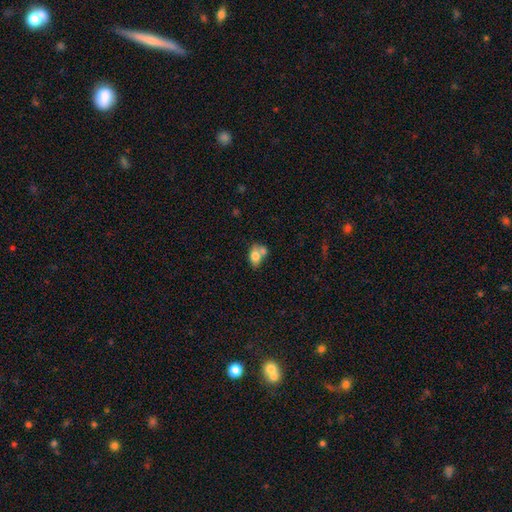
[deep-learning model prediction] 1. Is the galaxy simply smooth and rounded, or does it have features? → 74% smooth, 18% featured or disk, 8% star or artifact.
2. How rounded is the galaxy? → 80% in between, 18% round, 2% cigar-shaped.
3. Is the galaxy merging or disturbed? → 49% merger, 31% none, 14% minor disturbance, 7% major disturbance.